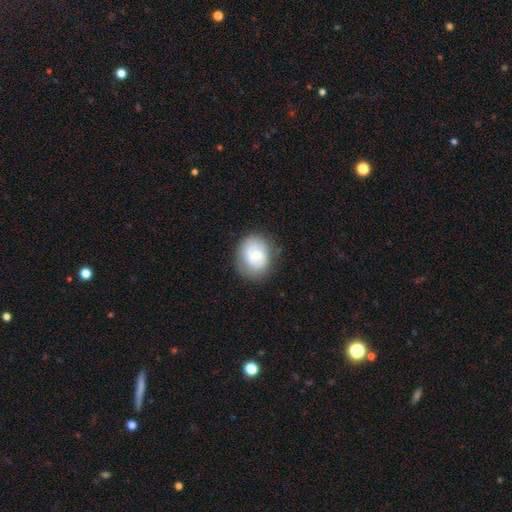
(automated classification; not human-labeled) A smooth galaxy with no disk features (70%) that is round (55%). Merging: none (76%).